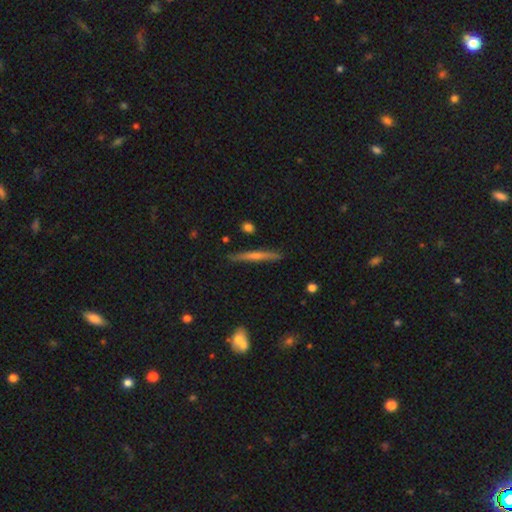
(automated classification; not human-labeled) A featured or disk galaxy (60%) viewed edge-on (96%) with a rounded central bulge (60%).

Vote fractions:
- Smooth or featured? featured or disk: 60% / smooth: 33% / star or artifact: 7%
- Edge-on disk? yes: 96% / no: 4%
- Edge-on bulge? rounded: 60% / none: 34% / boxy: 6%
- Merging? none: 88% / minor disturbance: 9% / merger: 2% / major disturbance: 2%